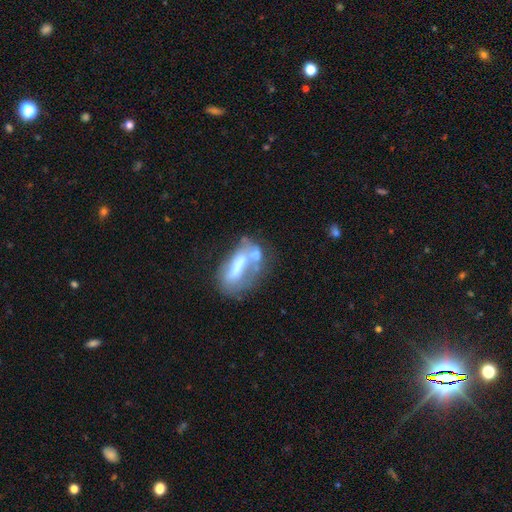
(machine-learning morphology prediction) featured or disk 48%, smooth 41%, star or artifact 10%. Down the decision tree: merging — merger (32%).